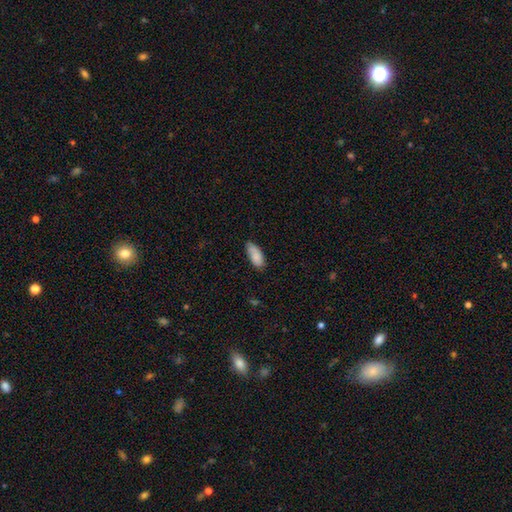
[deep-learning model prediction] Smooth or featured: smooth — 86% (featured or disk — 7%)
How rounded: in between — 86% (cigar-shaped — 12%)
Merging: none — 70% (minor disturbance — 24%)